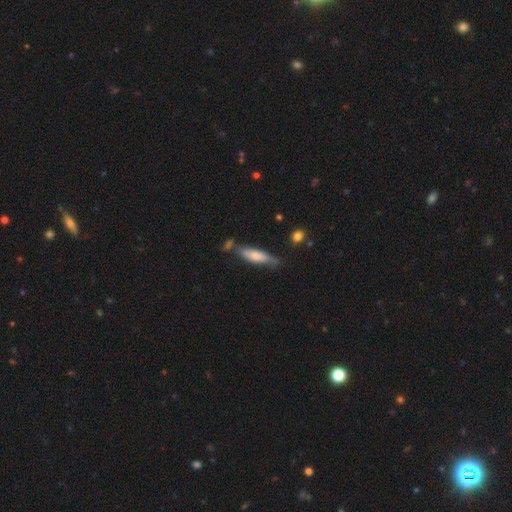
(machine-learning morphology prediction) Smooth or featured? smooth (66%)
How rounded? cigar-shaped (68%)
Merging? none (55%)